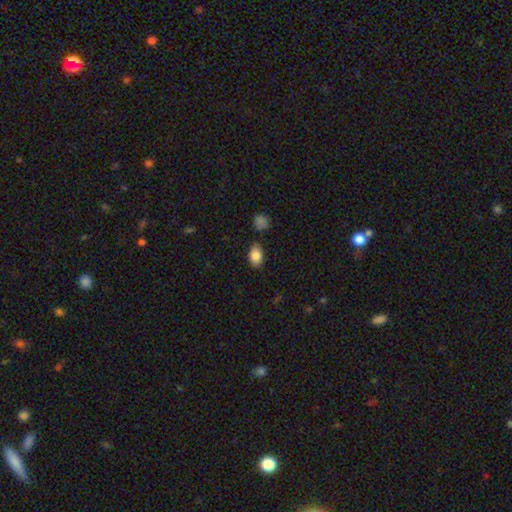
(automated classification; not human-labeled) smooth_or_featured: smooth (p=0.86) [alt: star or artifact p=0.08]
how_rounded: in between (p=0.86) [alt: round p=0.12]
merging: none (p=0.80) [alt: minor disturbance p=0.14]